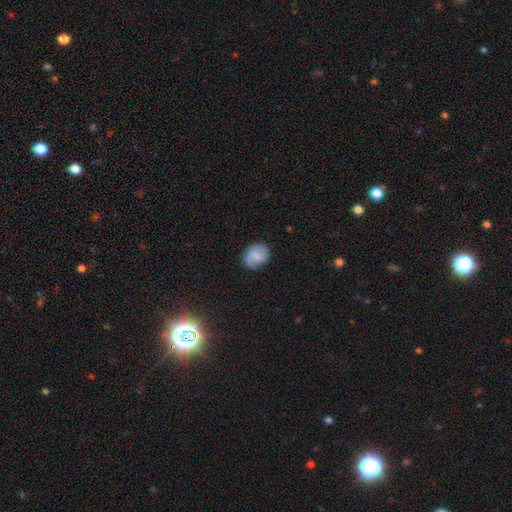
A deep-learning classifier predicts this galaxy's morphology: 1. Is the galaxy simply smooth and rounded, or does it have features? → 59% smooth, 33% featured or disk, 8% star or artifact.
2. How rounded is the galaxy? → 59% round, 40% in between, 1% cigar-shaped.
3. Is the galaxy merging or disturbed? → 74% none, 19% minor disturbance, 6% major disturbance, 1% merger.